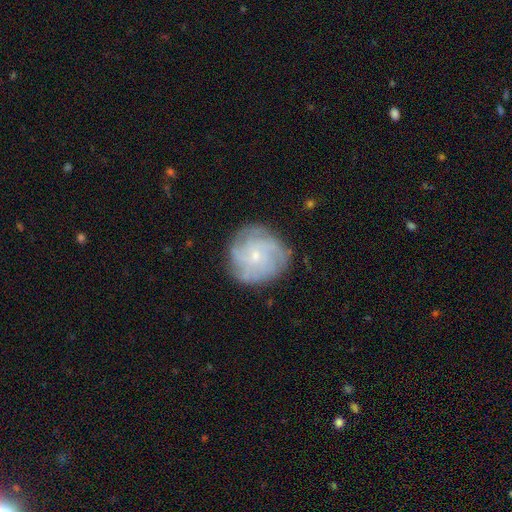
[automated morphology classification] A featured or disk galaxy (66%) with no bar (78%), tight (58%) spiral arms (89%) and a small central bulge (76%).

Vote fractions:
- Smooth or featured? featured or disk: 66% / smooth: 25% / star or artifact: 9%
- Edge-on disk? no: 97% / yes: 3%
- Bar? no: 78% / weak: 19% / strong: 3%
- Spiral arms? yes: 89% / no: 11%
- Spiral winding? tight: 58% / medium: 31% / loose: 11%
- Spiral arm count? can't tell: 38% / 4: 24% / 3: 13% / more than 4: 11% / 2: 8% / 1: 6%
- Bulge size? small: 76% / moderate: 19% / none: 3% / large: 1% / dominant: 1%
- Merging? none: 80% / minor disturbance: 14% / major disturbance: 5% / merger: 1%